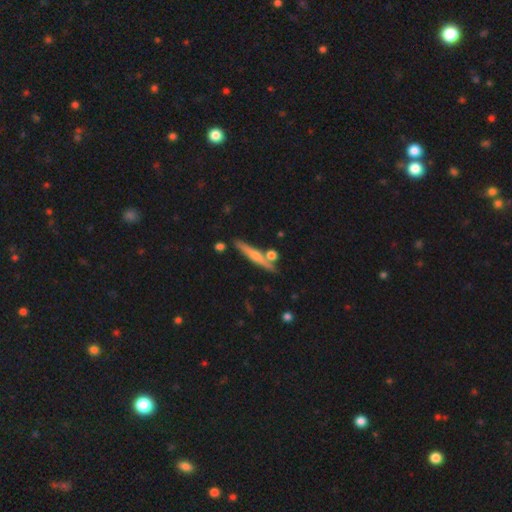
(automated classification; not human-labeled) This is possibly a featured or disk galaxy (50%). It is clearly viewed edge-on (94%). Merging: likely none (75%).